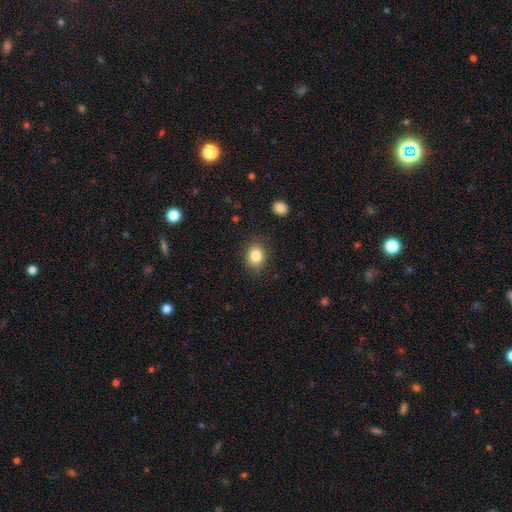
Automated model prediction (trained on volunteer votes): A smooth galaxy with no disk features (84%) that is round (54%). Merging: none (83%).